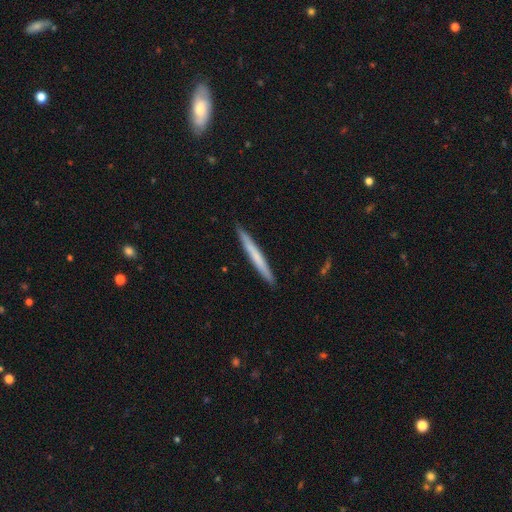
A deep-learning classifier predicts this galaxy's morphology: Smooth or featured?
  - smooth: 58% *
  - featured or disk: 36%
  - star or artifact: 5%
How rounded?
  - cigar-shaped: 97% *
  - in between: 2%
  - round: 1%
Merging?
  - none: 92% *
  - minor disturbance: 6%
  - major disturbance: 1%
  - merger: 1%